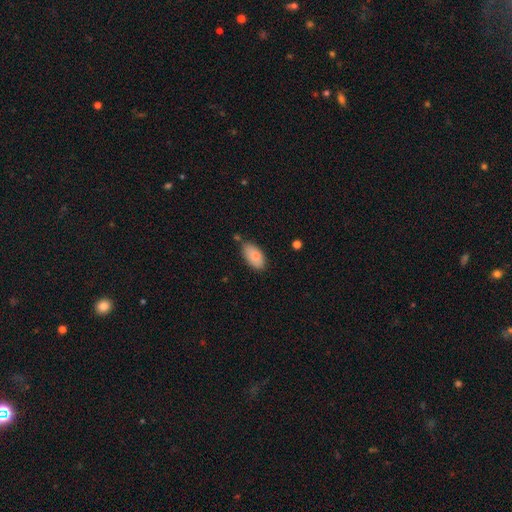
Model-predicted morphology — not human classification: Overall: smooth (75%). How rounded: in between (93%). Merging: none (74%).